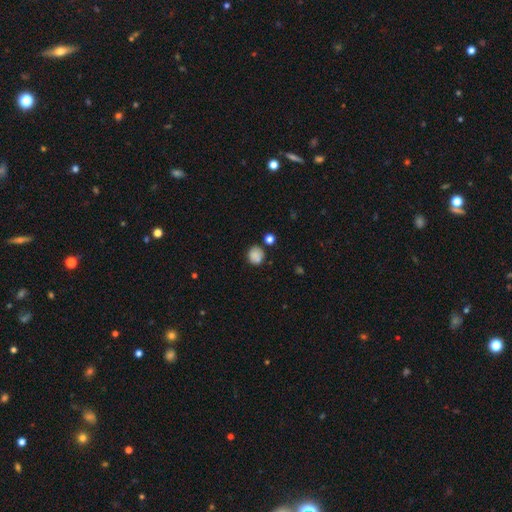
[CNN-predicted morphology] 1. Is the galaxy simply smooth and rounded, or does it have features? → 83% smooth, 11% star or artifact, 6% featured or disk.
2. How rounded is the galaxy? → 82% round, 18% in between, 1% cigar-shaped.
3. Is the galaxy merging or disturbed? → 73% none, 15% minor disturbance, 8% merger, 4% major disturbance.